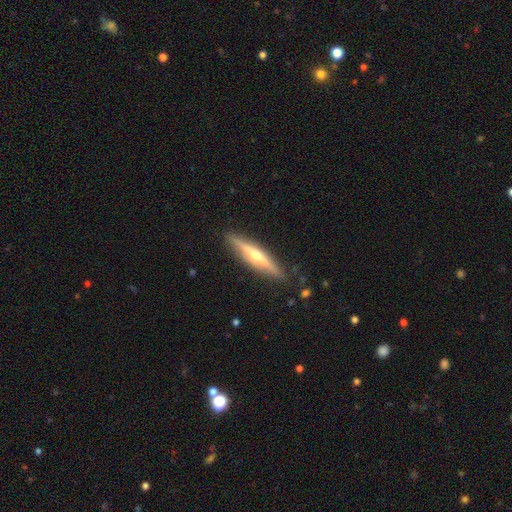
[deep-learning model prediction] This is likely a featured or disk galaxy (71%). It is clearly viewed edge-on (96%). Edge-on bulge: clearly rounded (88%). Merging: clearly none (89%).